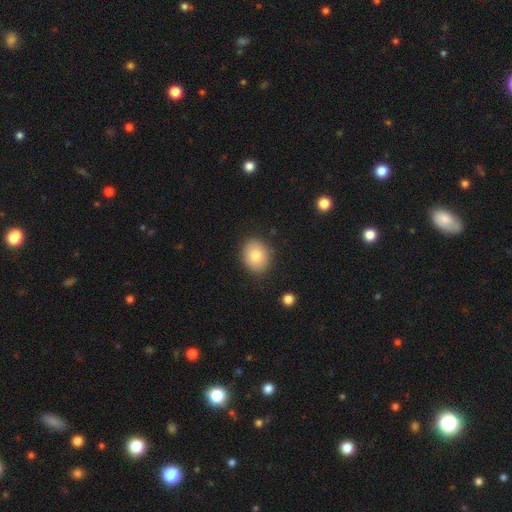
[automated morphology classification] This is likely a smooth galaxy (80%). How rounded: possibly round (56%). Merging: clearly none (87%).